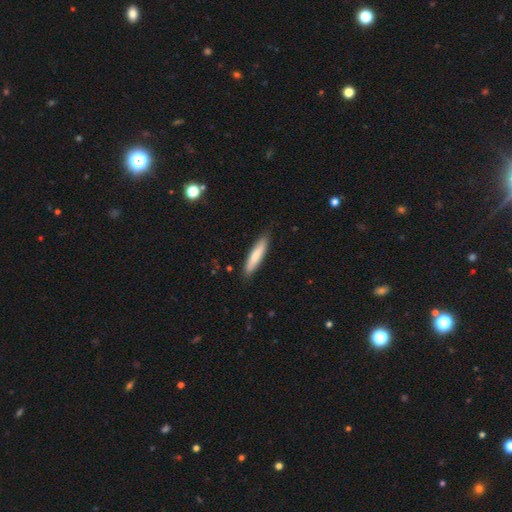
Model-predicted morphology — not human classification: Smooth or featured: smooth — 75% (featured or disk — 20%)
How rounded: cigar-shaped — 83% (in between — 16%)
Merging: none — 86% (minor disturbance — 11%)